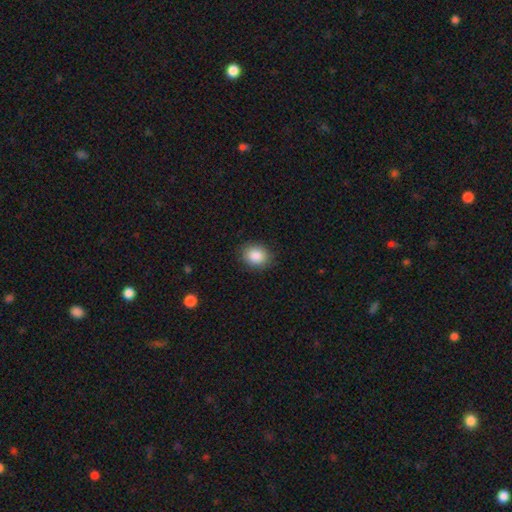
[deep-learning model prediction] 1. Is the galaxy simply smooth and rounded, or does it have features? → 87% smooth, 8% star or artifact, 5% featured or disk.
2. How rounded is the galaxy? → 50% in between, 49% round, 1% cigar-shaped.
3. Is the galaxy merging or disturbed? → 87% none, 9% minor disturbance, 3% major disturbance, 1% merger.